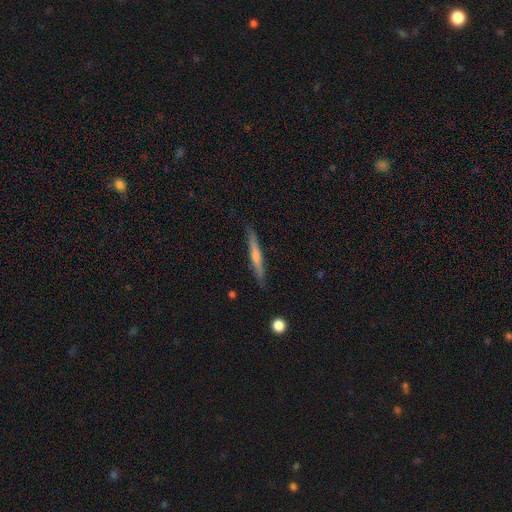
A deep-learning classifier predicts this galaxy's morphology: Q: Smooth or featured?
A: featured or disk (53%); runner-up: smooth (41%)
Q: Edge-on disk?
A: yes (96%); runner-up: no (4%)
Q: Edge-on bulge?
A: rounded (55%); runner-up: none (39%)
Q: Merging?
A: none (89%); runner-up: minor disturbance (8%)